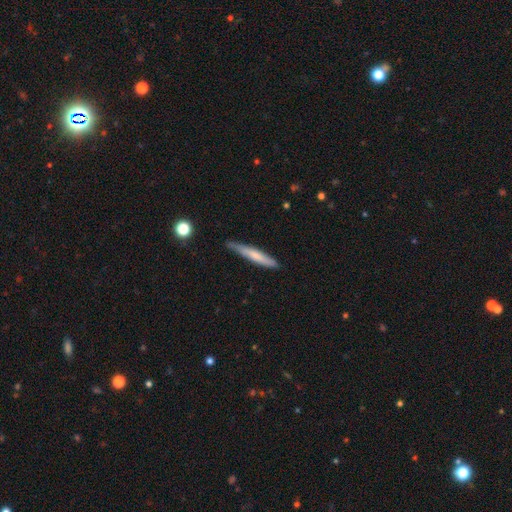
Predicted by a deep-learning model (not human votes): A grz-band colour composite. It shows a smooth galaxy with no disk features (62%) that is cigar-shaped (94%). Merging: none (74%).